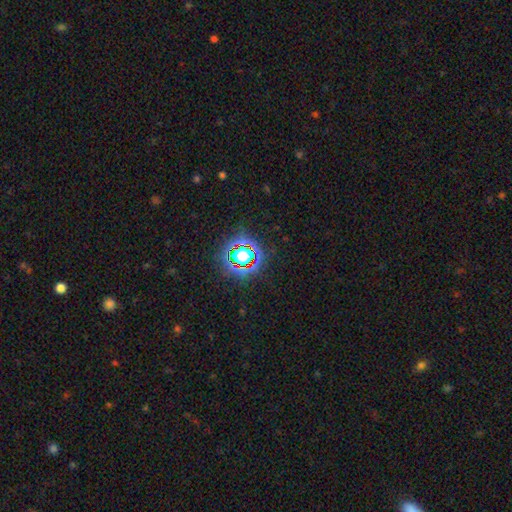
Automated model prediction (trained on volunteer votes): smooth-or-featured: star or artifact: 79% | smooth: 13% | featured or disk: 8%